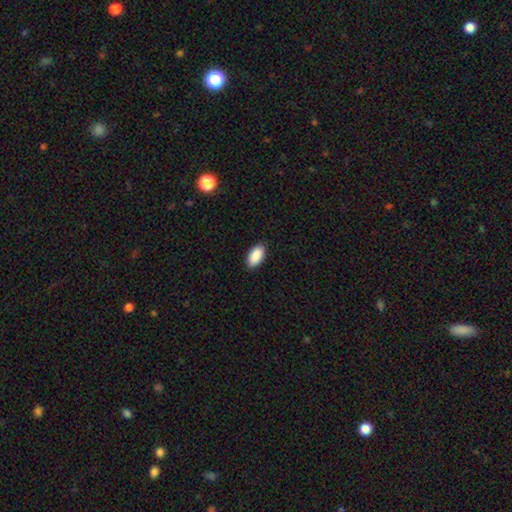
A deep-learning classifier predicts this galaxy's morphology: Overall: smooth (91%). How rounded: in between (95%). Merging: none (89%).